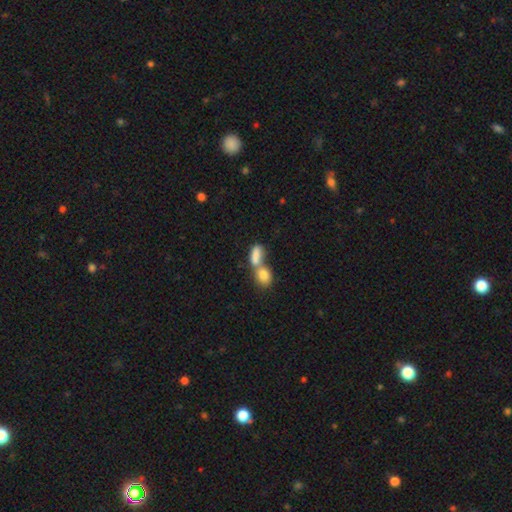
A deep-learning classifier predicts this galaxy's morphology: Smooth or featured? smooth (83%)
How rounded? in between (75%)
Merging? merger (69%)